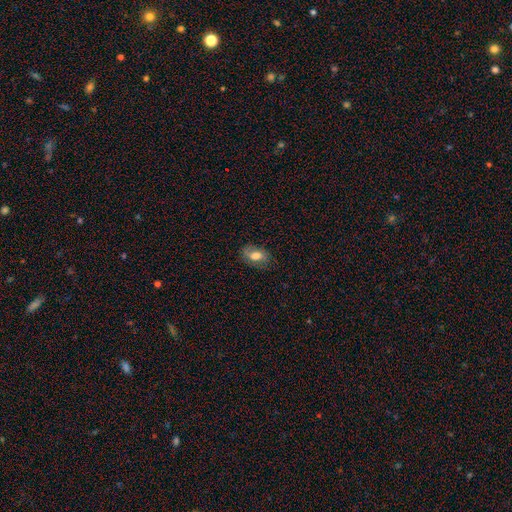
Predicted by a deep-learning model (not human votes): A smooth galaxy with no disk features (69%) that is in between round and cigar-shaped (88%). Merging: none (75%).